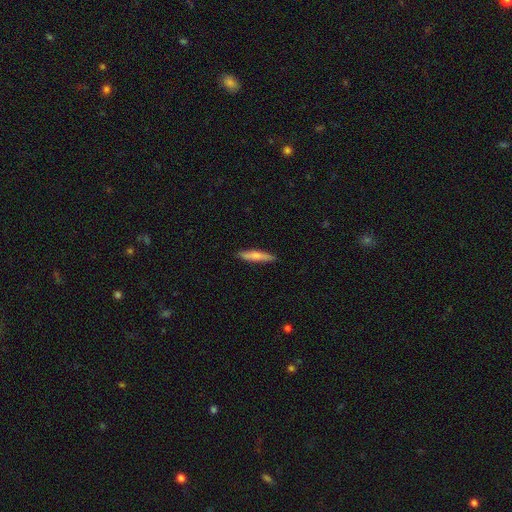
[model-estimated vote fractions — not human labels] smooth_or_featured: smooth (p=0.71) [alt: featured or disk p=0.24]
how_rounded: cigar-shaped (p=0.89) [alt: in between p=0.10]
merging: none (p=0.89) [alt: minor disturbance p=0.09]